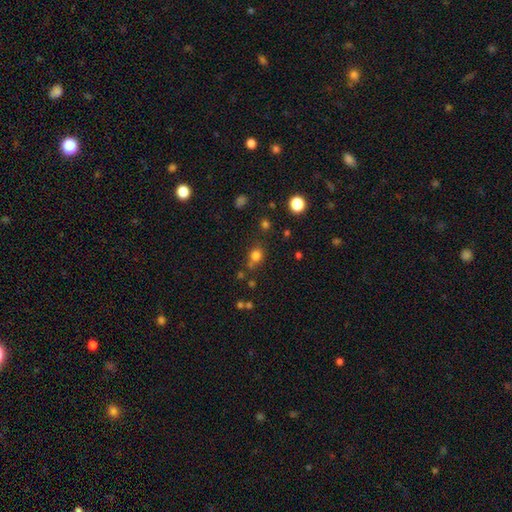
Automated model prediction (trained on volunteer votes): Morphology: type=smooth (77%); roundness=round (77%); merging=none (64%).